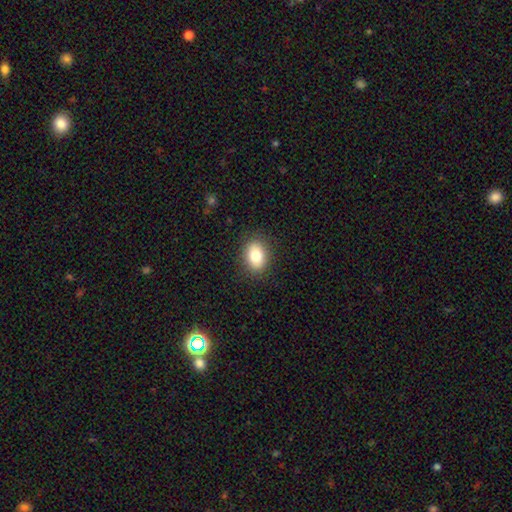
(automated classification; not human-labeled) This is clearly a smooth galaxy (82%). How rounded: likely in between (76%). Merging: clearly none (88%).